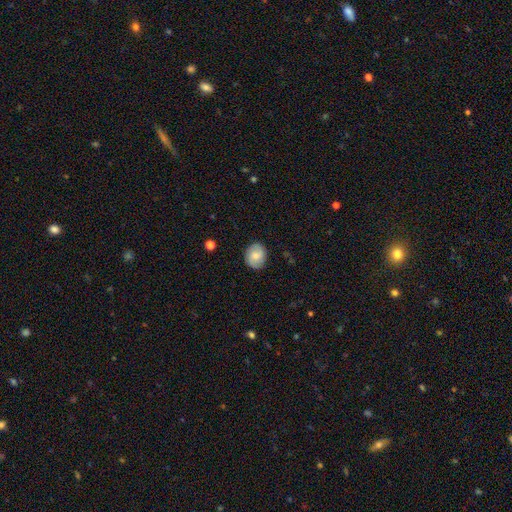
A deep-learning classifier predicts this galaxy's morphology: smooth-or-featured: smooth: 68% | featured or disk: 25% | star or artifact: 8%
  how-rounded: round: 59% | in between: 40% | cigar-shaped: 1%
  merging: none: 86% | minor disturbance: 11% | major disturbance: 3% | merger: 1%